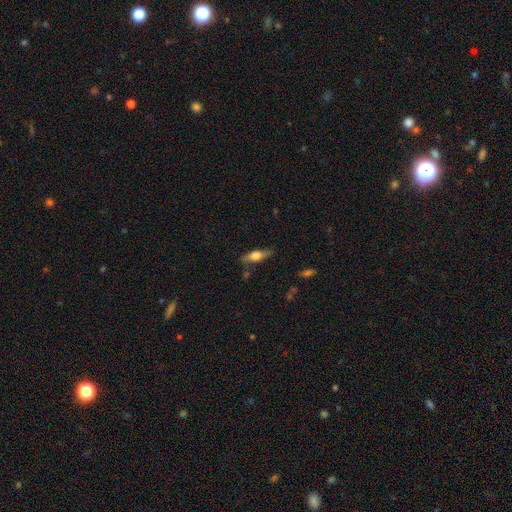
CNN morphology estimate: smooth-or-featured: smooth: 54% | featured or disk: 39% | star or artifact: 7%
  how-rounded: in between: 54% | cigar-shaped: 43% | round: 3%
  merging: none: 75% | minor disturbance: 17% | major disturbance: 4% | merger: 3%